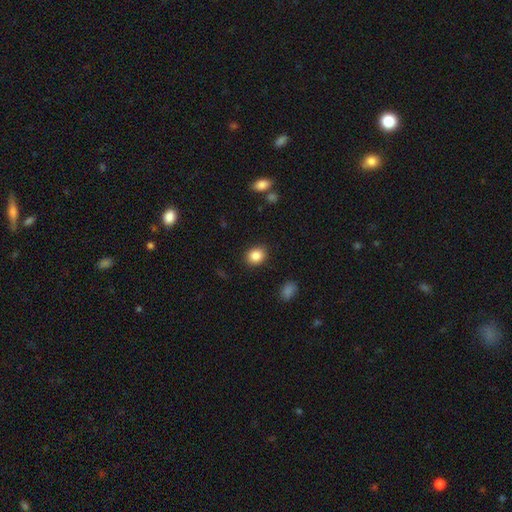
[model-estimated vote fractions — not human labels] The model was most divided on "how rounded": round: 61%, in between: 38%, cigar-shaped: 1%. More confident: merging — none (88%); smooth or featured — smooth (86%).